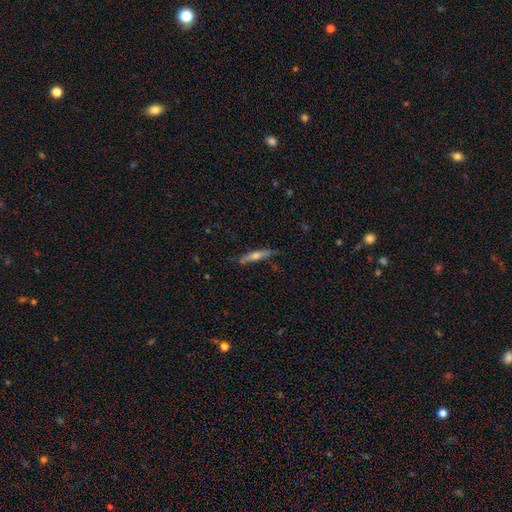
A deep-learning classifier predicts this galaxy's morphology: Smooth or featured: featured or disk — 48% (smooth — 45%)
Merging: none — 79% (minor disturbance — 16%)